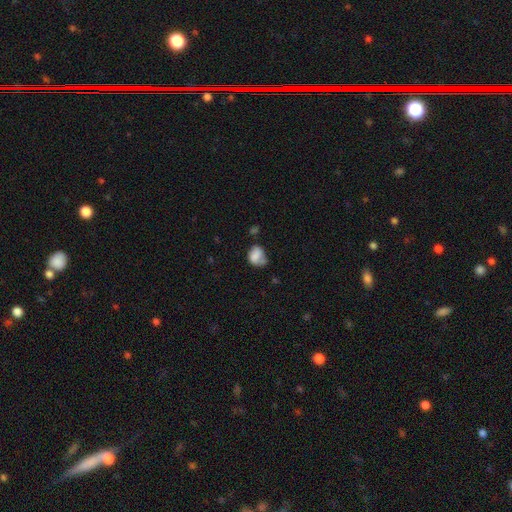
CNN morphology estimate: Smooth or featured? Predicted: smooth (p=0.76). How rounded? Predicted: in between (p=0.57). Merging? Predicted: none (p=0.34).